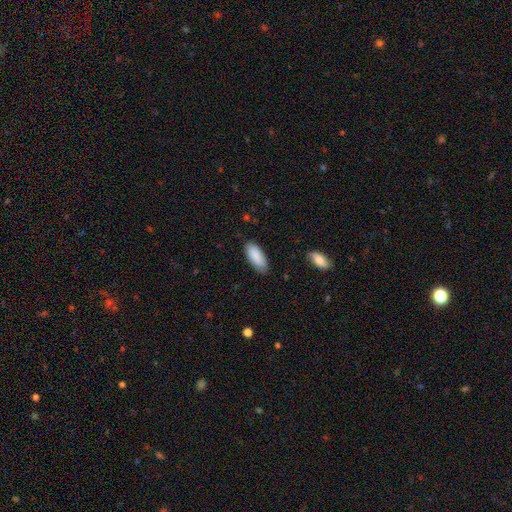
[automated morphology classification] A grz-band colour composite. It shows a smooth galaxy with no disk features (88%) that is in between round and cigar-shaped (81%). Merging: none (83%).